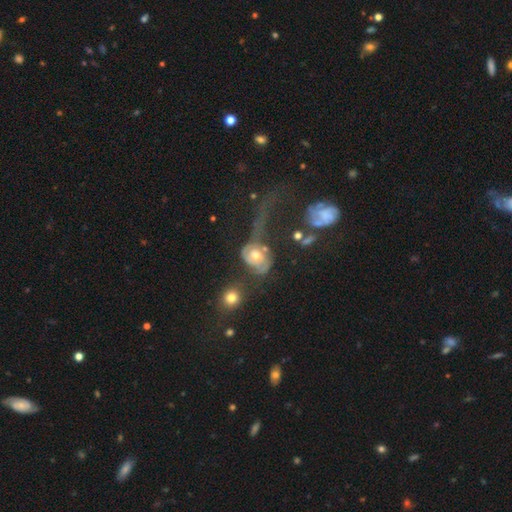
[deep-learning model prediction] Overall: featured or disk (64%; smooth 27%). Edge-on disk: no (95%). Bar: no (73%). Spiral arms: yes (73%). Bulge size: moderate (68%). Merging: major disturbance (50%; none 19%).